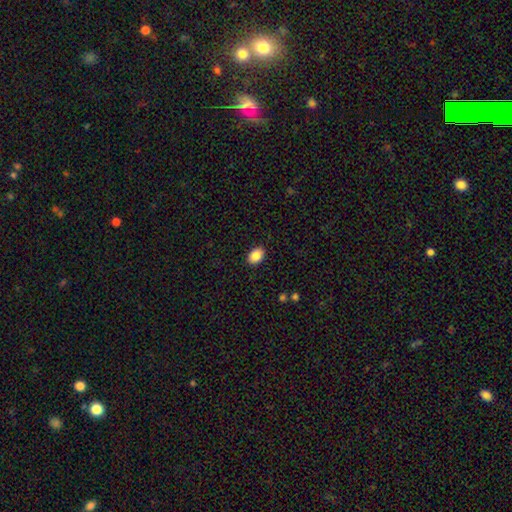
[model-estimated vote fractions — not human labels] Smooth or featured? Predicted: smooth (p=0.87). How rounded? Predicted: in between (p=0.83). Merging? Predicted: none (p=0.89).